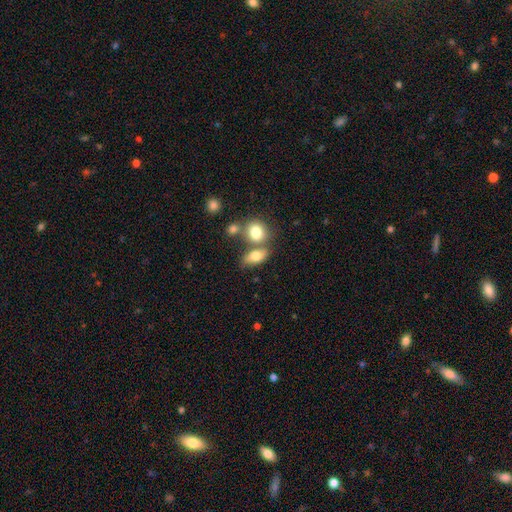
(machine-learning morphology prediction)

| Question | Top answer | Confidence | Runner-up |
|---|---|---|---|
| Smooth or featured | smooth | 78% | featured or disk (13%) |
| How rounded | in between | 77% | round (18%) |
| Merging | none | 47% | merger (35%) |